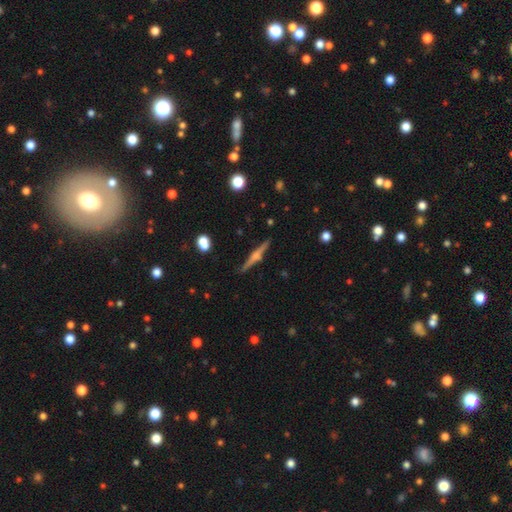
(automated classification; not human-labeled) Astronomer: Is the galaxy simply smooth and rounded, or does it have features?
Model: featured or disk — 78%.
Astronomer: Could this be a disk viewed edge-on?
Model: yes — 98%.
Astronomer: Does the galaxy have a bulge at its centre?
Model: rounded — 83%.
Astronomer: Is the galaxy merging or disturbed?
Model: none — 90%.